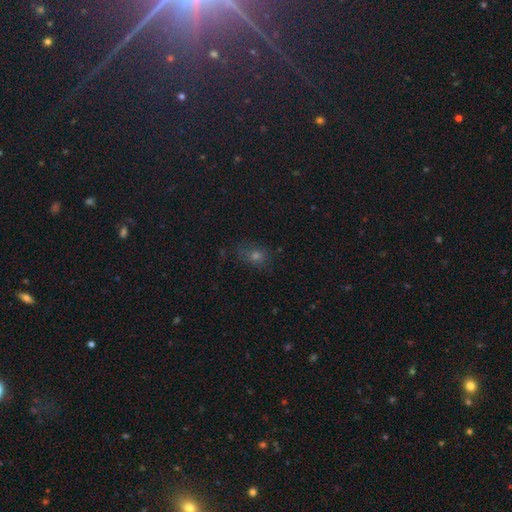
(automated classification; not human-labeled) This is possibly a smooth galaxy (57%). How rounded: possibly in between (54%). Merging: likely none (70%).